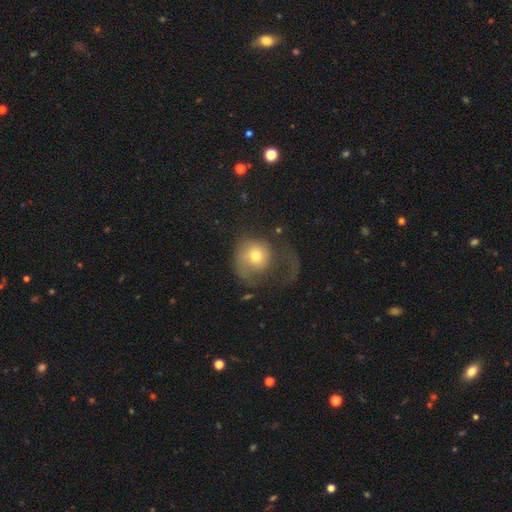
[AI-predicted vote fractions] Smooth or featured? smooth (59%)
How rounded? round (80%)
Merging? major disturbance (58%)